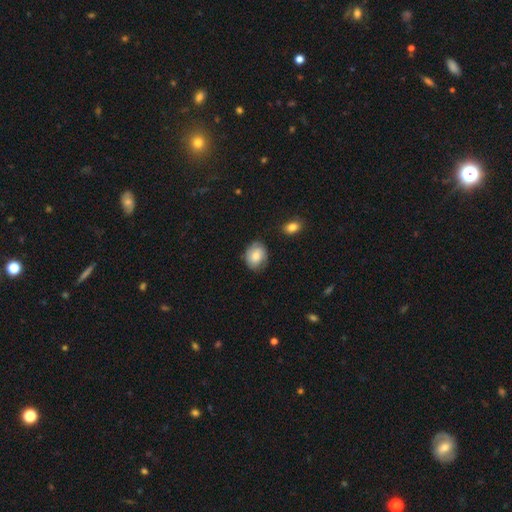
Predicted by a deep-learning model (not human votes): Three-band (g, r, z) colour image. It shows a smooth galaxy with no disk features (62%) that is in between round and cigar-shaped (53%). Merging: none (74%).